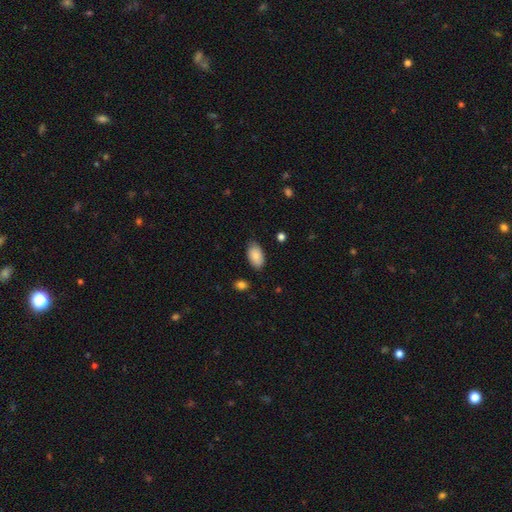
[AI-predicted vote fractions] A smooth galaxy with no disk features (86%) that is in between round and cigar-shaped (94%). Merging: none (79%).